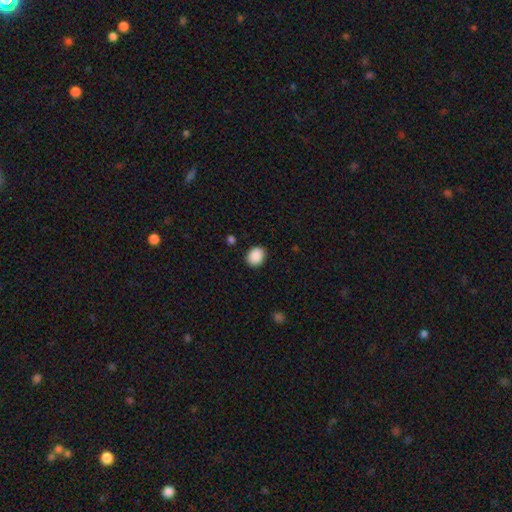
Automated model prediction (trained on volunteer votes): Morphology: type=smooth (90%); roundness=round (56%); merging=none (88%).